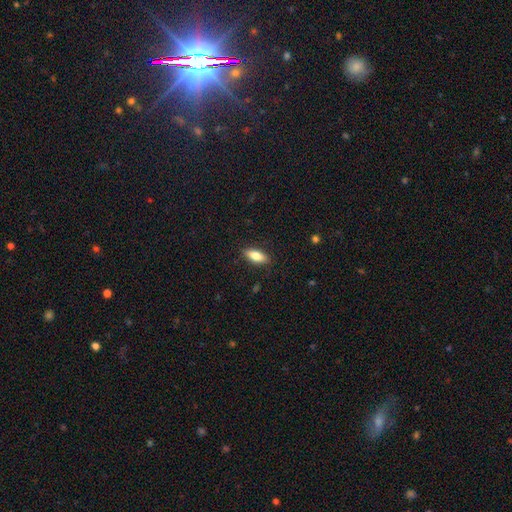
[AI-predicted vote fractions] Overall: smooth (77%). How rounded: in between (76%). Merging: none (87%).